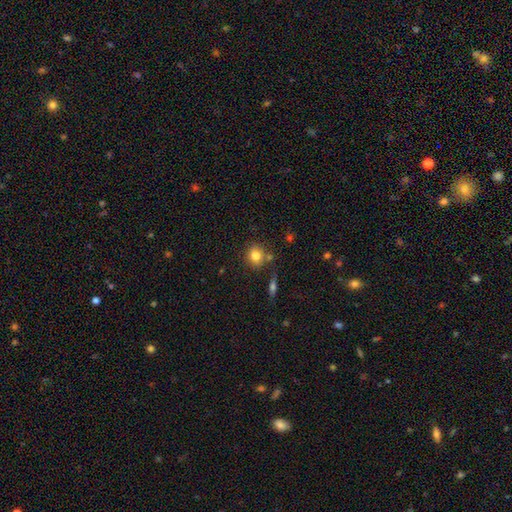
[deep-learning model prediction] A smooth galaxy with no disk features (80%) that is round (78%).

Vote fractions:
- Smooth or featured? smooth: 80% / star or artifact: 10% / featured or disk: 10%
- How rounded? round: 78% / in between: 21% / cigar-shaped: 1%
- Merging? none: 72% / minor disturbance: 12% / merger: 12% / major disturbance: 3%